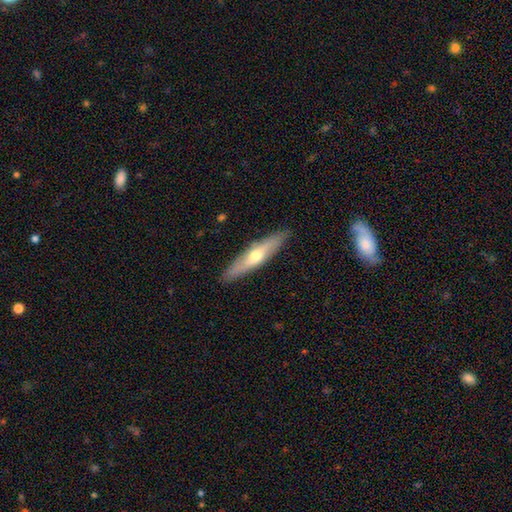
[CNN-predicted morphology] Q: Smooth or featured?
A: featured or disk (50%); runner-up: smooth (45%)
Q: Edge-on disk?
A: yes (78%); runner-up: no (22%)
Q: Merging?
A: none (88%); runner-up: minor disturbance (9%)